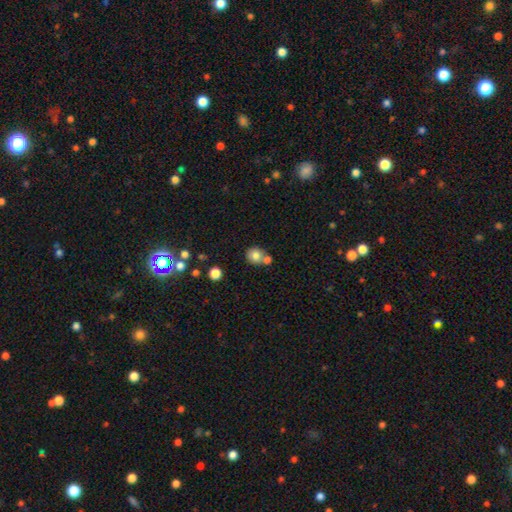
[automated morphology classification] Smooth or featured? Predicted: smooth (p=0.80). How rounded? Predicted: round (p=0.81). Merging? Predicted: none (p=0.51).